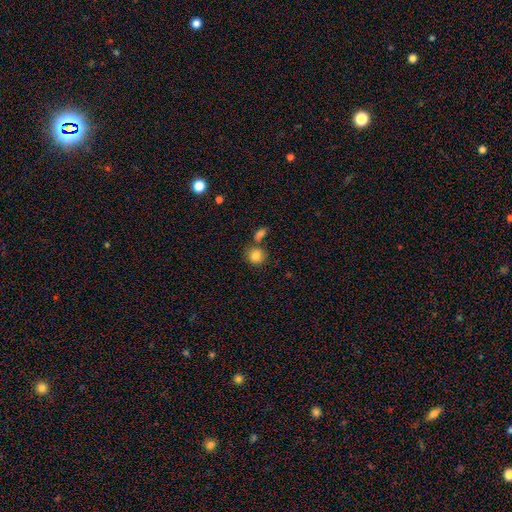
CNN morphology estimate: This appears to be a smooth galaxy with no disk features (84%) that is round (84%). Merging: none (62%).